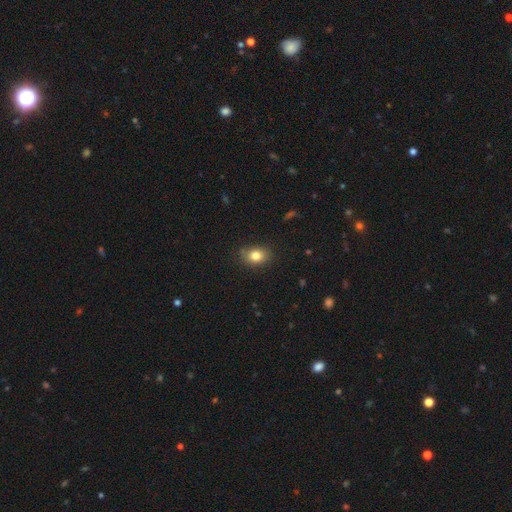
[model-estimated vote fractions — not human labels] Q: Smooth or featured?
A: smooth (82%); runner-up: star or artifact (10%)
Q: How rounded?
A: in between (64%); runner-up: round (35%)
Q: Merging?
A: none (82%); runner-up: minor disturbance (14%)